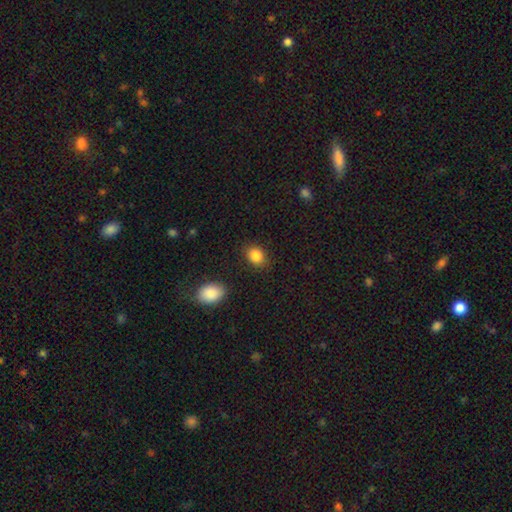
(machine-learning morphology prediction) Overall: smooth (86%). How rounded: in between (60%; round 39%). Merging: none (85%).